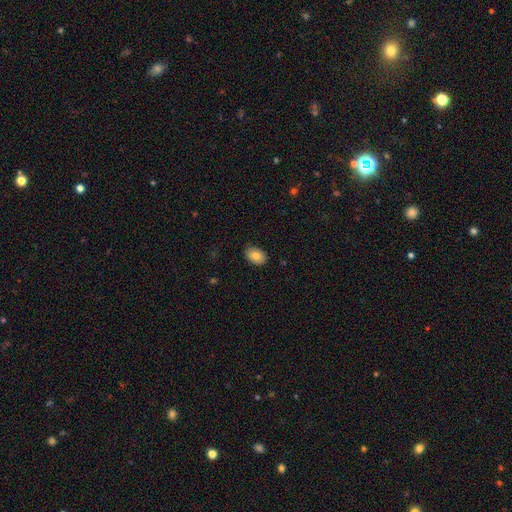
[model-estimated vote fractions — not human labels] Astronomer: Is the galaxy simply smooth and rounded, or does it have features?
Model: smooth — 83%.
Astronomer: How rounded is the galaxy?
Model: in between — 85%.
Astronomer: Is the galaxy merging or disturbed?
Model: none — 87%.